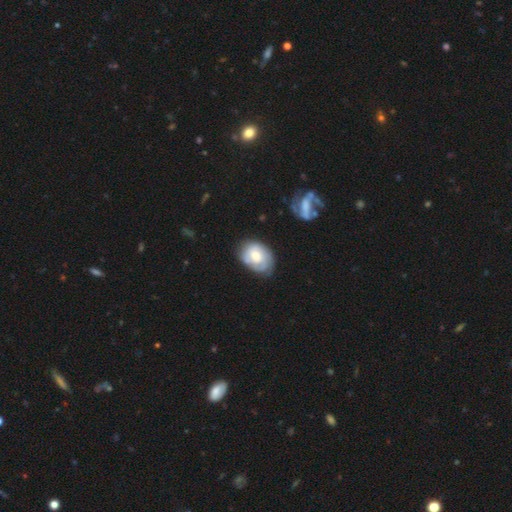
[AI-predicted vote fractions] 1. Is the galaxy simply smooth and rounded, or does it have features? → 53% featured or disk, 40% smooth, 6% star or artifact.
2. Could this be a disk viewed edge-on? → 96% no, 4% yes.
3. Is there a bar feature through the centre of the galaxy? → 73% no, 23% weak, 4% strong.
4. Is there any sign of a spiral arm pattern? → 76% yes, 24% no.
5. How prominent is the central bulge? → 57% moderate, 20% small, 18% large, 3% none, 2% dominant.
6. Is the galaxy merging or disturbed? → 65% none, 25% minor disturbance, 8% major disturbance, 2% merger.